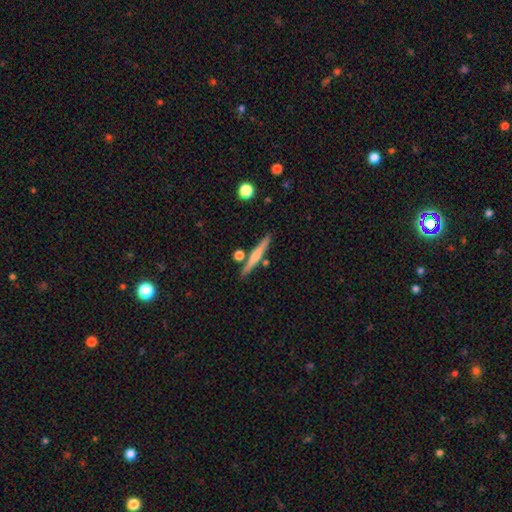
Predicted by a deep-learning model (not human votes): A smooth galaxy with no disk features (52%) that is cigar-shaped (93%).

Vote fractions:
- Smooth or featured? smooth: 52% / featured or disk: 42% / star or artifact: 6%
- How rounded? cigar-shaped: 93% / in between: 4% / round: 3%
- Merging? none: 82% / minor disturbance: 8% / merger: 8% / major disturbance: 2%